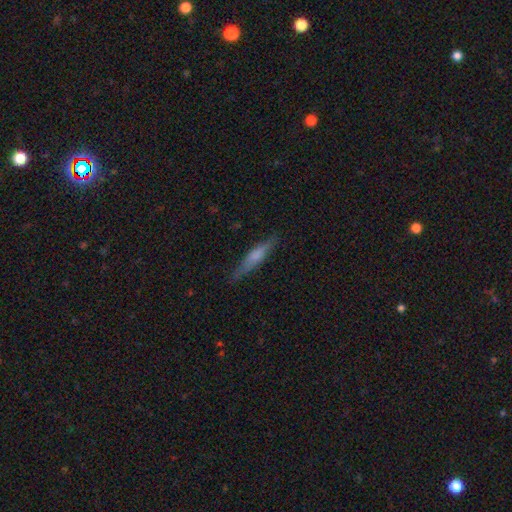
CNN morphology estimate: Smooth or featured: smooth — 56% (featured or disk — 38%)
How rounded: cigar-shaped — 88% (in between — 11%)
Merging: none — 84% (minor disturbance — 12%)